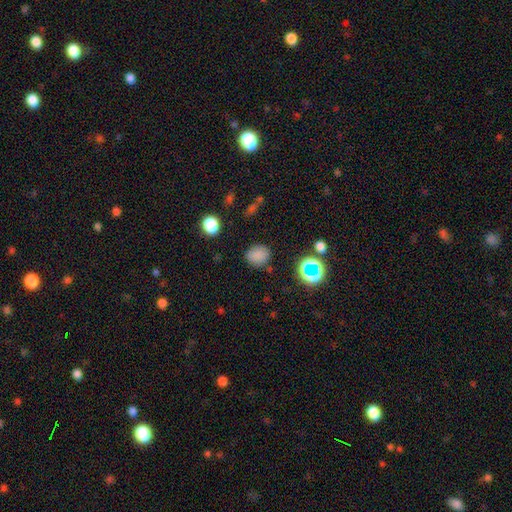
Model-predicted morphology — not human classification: type=smooth (80%); roundness=round (73%); merging=none (82%).